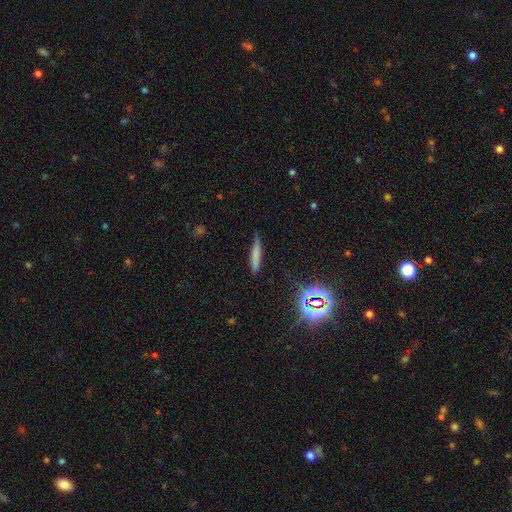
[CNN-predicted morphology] This is likely a smooth galaxy (71%). How rounded: clearly cigar-shaped (87%). Merging: likely none (77%).